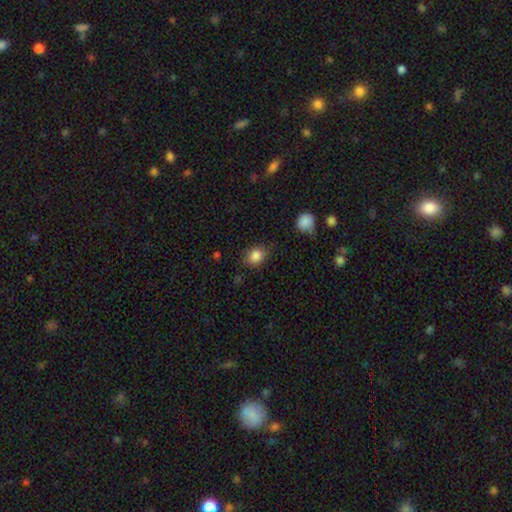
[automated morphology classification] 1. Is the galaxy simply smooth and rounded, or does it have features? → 85% smooth, 9% star or artifact, 5% featured or disk.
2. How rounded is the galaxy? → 54% in between, 45% round, 1% cigar-shaped.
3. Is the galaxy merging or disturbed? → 77% none, 18% minor disturbance, 4% major disturbance, 2% merger.